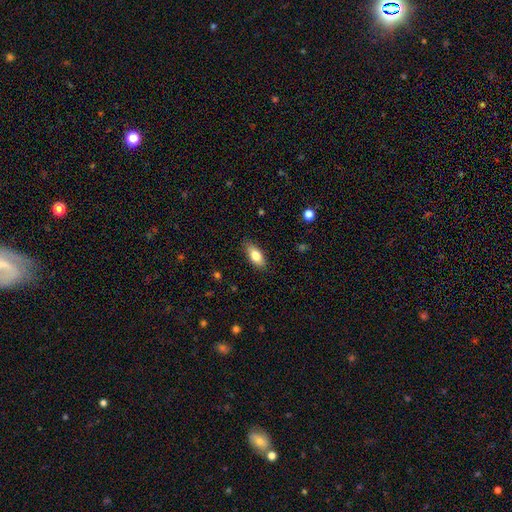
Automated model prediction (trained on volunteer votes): A smooth galaxy with no disk features (79%) that is in between round and cigar-shaped (83%).

Vote fractions:
- Smooth or featured? smooth: 79% / featured or disk: 15% / star or artifact: 7%
- How rounded? in between: 83% / cigar-shaped: 14% / round: 3%
- Merging? none: 86% / minor disturbance: 11% / major disturbance: 2% / merger: 1%